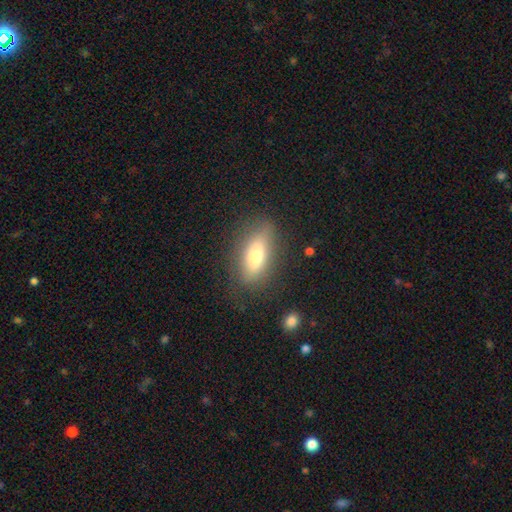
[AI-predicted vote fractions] smooth 69%, featured or disk 24%, star or artifact 8%. Down the decision tree: how rounded — in between (75%); merging — none (77%).